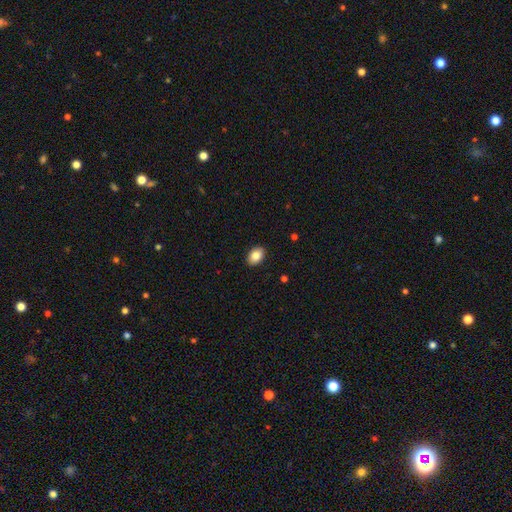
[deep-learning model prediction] smooth_or_featured: smooth (p=0.84) [alt: featured or disk p=0.08]
how_rounded: in between (p=0.82) [alt: round p=0.17]
merging: none (p=0.91) [alt: minor disturbance p=0.07]